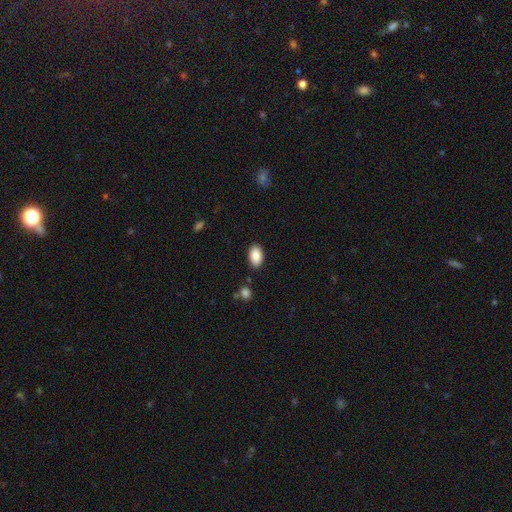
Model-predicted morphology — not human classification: Smooth or featured?
  - smooth: 89% *
  - star or artifact: 7%
  - featured or disk: 4%
How rounded?
  - in between: 92% *
  - round: 7%
  - cigar-shaped: 1%
Merging?
  - none: 85% *
  - minor disturbance: 10%
  - major disturbance: 2%
  - merger: 2%